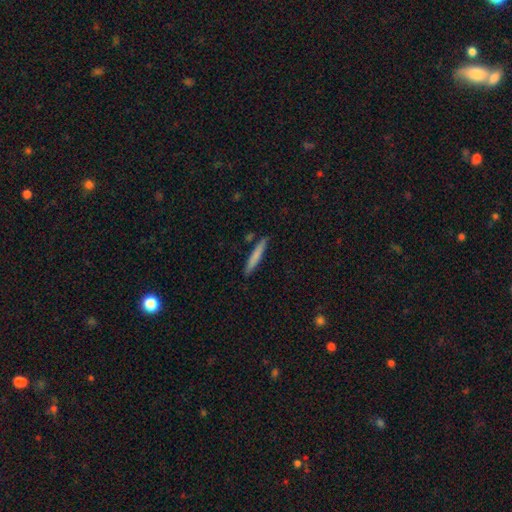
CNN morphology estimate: Smooth or featured? smooth (74%)
How rounded? cigar-shaped (95%)
Merging? none (87%)